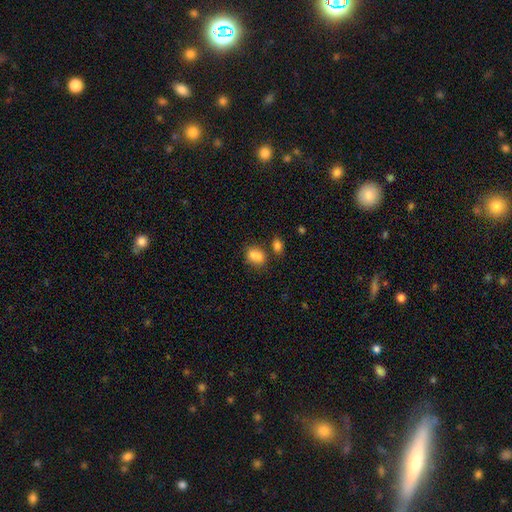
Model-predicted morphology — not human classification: smooth_or_featured: smooth (p=0.78) [alt: featured or disk p=0.12]
how_rounded: in between (p=0.62) [alt: round p=0.37]
merging: merger (p=0.42) [alt: none p=0.39]